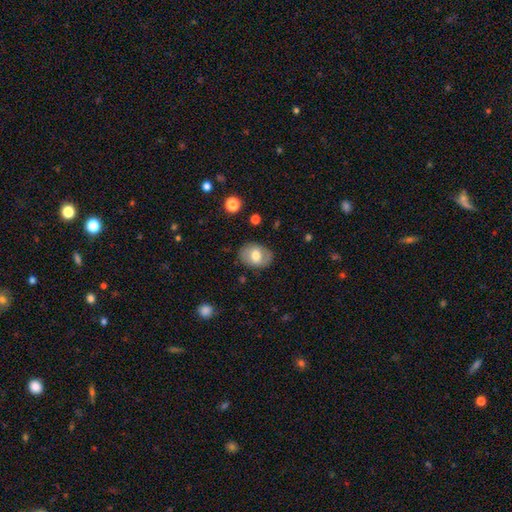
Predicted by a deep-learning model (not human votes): A smooth galaxy with no disk features (62%) that is in between round and cigar-shaped (67%). Merging: none (81%).